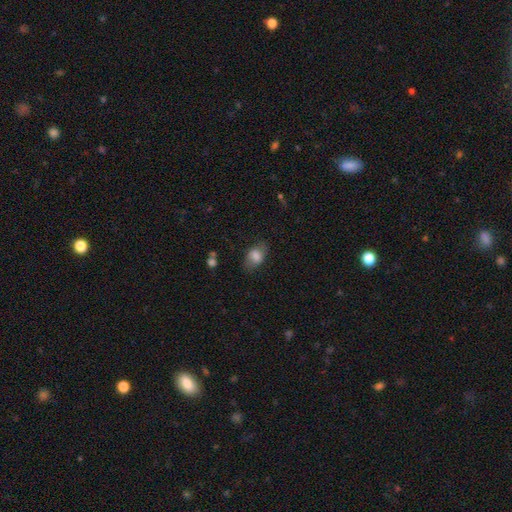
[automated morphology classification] Smooth or featured? smooth (74%)
How rounded? in between (86%)
Merging? none (73%)